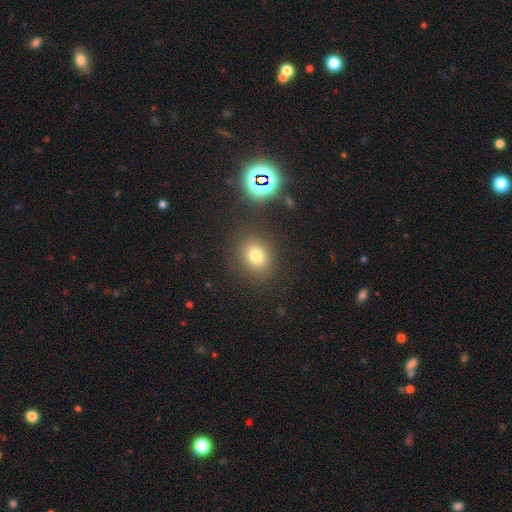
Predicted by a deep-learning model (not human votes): Smooth or featured? Predicted: smooth (p=0.75). How rounded? Predicted: round (p=0.61). Merging? Predicted: none (p=0.83).